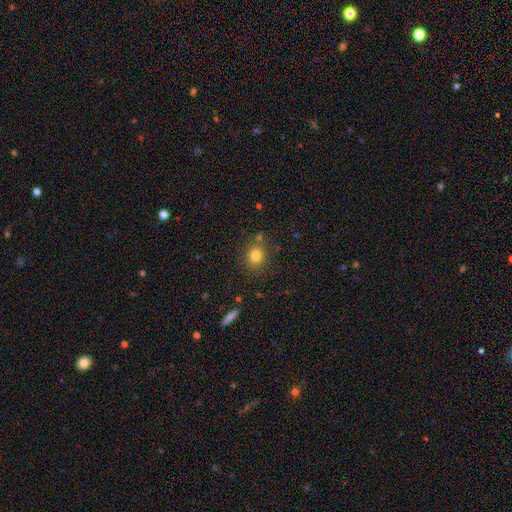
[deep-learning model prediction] smooth-or-featured: smooth: 80% | star or artifact: 13% | featured or disk: 7%
  how-rounded: round: 77% | in between: 22% | cigar-shaped: 1%
  merging: none: 79% | minor disturbance: 11% | merger: 7% | major disturbance: 4%